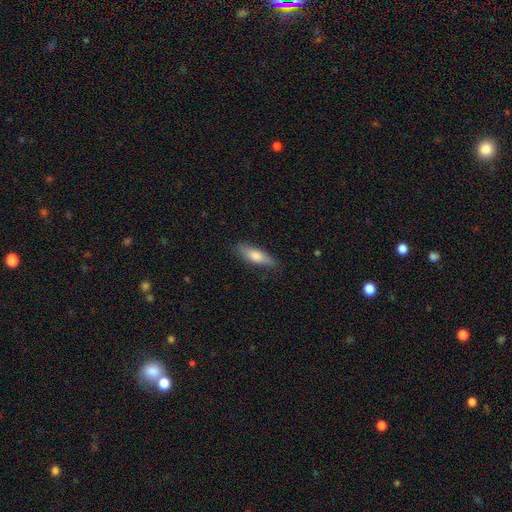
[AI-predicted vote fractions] smooth-or-featured: smooth: 71% | featured or disk: 23% | star or artifact: 6%
  how-rounded: cigar-shaped: 52% | in between: 46% | round: 2%
  merging: none: 82% | minor disturbance: 14% | major disturbance: 3% | merger: 1%